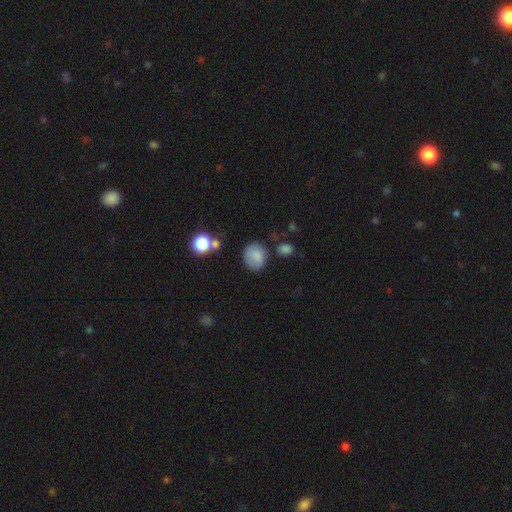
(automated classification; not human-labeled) Smooth or featured?
  - smooth: 79% *
  - featured or disk: 12%
  - star or artifact: 9%
How rounded?
  - round: 64% *
  - in between: 35%
  - cigar-shaped: 1%
Merging?
  - none: 67% *
  - minor disturbance: 21%
  - major disturbance: 7%
  - merger: 5%